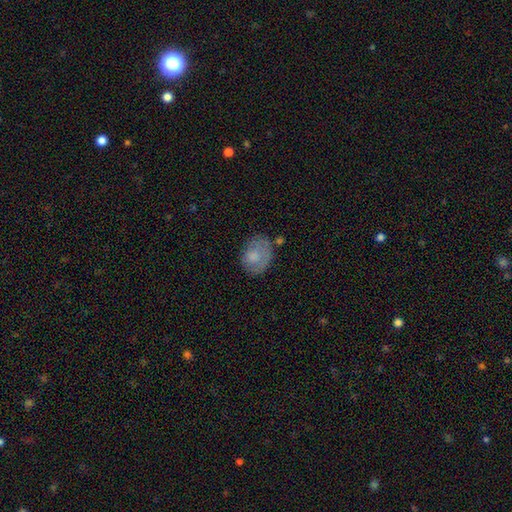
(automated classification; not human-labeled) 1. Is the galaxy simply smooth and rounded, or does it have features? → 70% smooth, 23% featured or disk, 8% star or artifact.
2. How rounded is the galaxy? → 60% in between, 39% round, 1% cigar-shaped.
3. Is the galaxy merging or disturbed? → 58% none, 27% minor disturbance, 11% major disturbance, 5% merger.